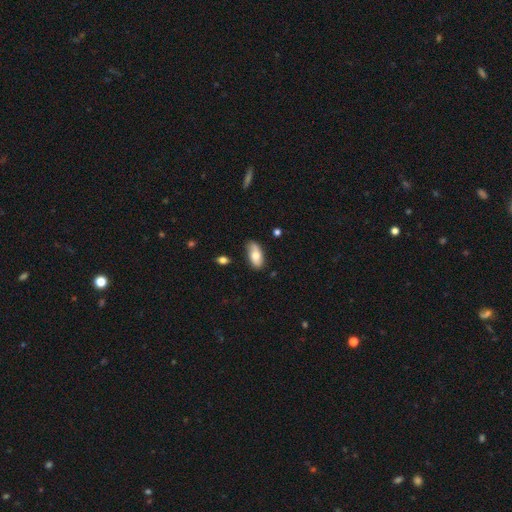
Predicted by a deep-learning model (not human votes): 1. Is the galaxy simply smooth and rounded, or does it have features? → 72% smooth, 21% featured or disk, 7% star or artifact.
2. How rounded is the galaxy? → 88% in between, 10% cigar-shaped, 3% round.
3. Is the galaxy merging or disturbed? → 75% none, 19% minor disturbance, 3% major disturbance, 2% merger.